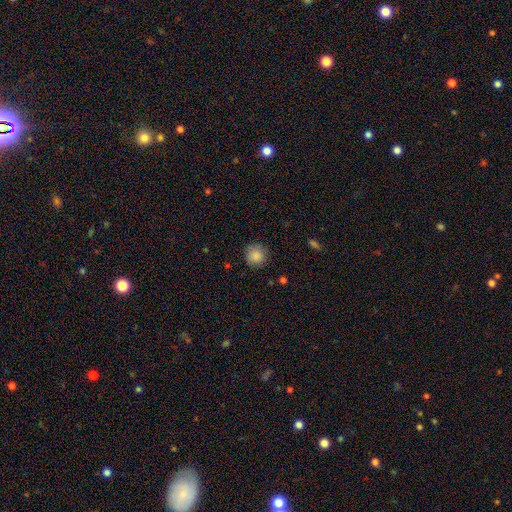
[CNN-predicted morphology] A smooth galaxy with no disk features (87%) that is round (94%). Merging: none (85%).